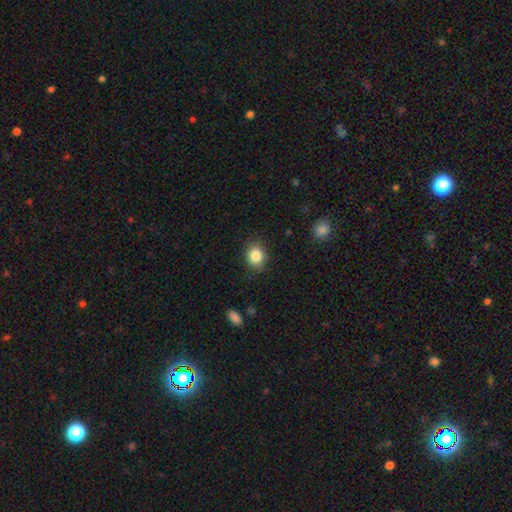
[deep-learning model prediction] This is clearly a smooth galaxy (85%). How rounded: possibly round (51%). Merging: clearly none (86%).